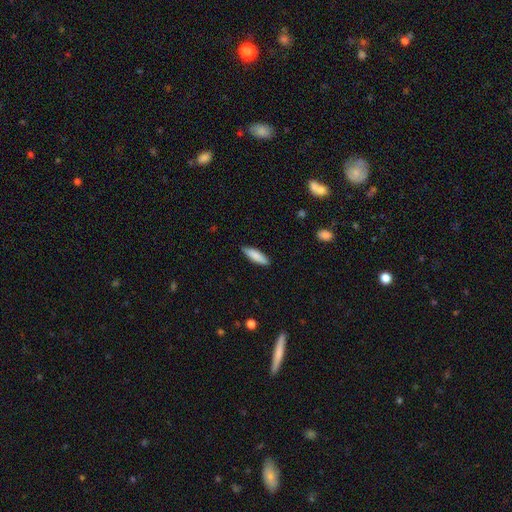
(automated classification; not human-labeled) This appears to be a smooth galaxy with no disk features (83%) that is cigar-shaped (66%). Merging: none (87%).